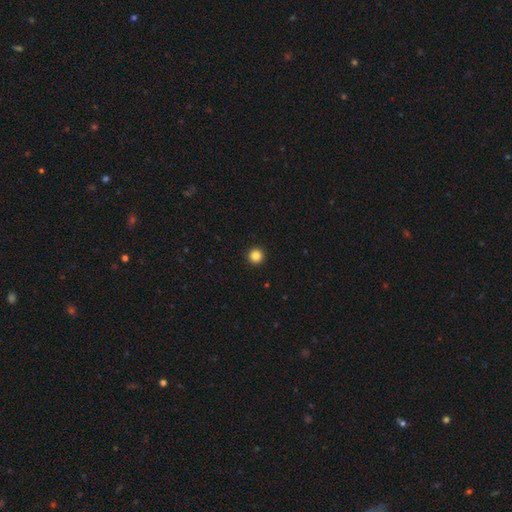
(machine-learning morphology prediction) smooth-or-featured: smooth: 85% | star or artifact: 11% | featured or disk: 4%
  how-rounded: round: 97% | in between: 2% | cigar-shaped: 1%
  merging: none: 94% | minor disturbance: 3% | major disturbance: 1% | merger: 1%